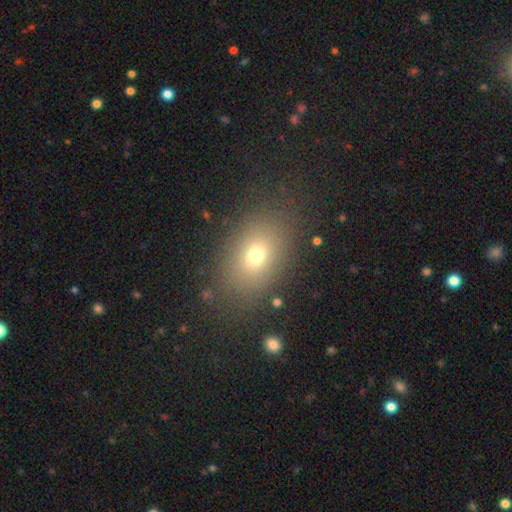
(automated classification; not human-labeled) smooth 69%, star or artifact 16%, featured or disk 15%. Down the decision tree: how rounded — in between (75%); merging — none (82%).